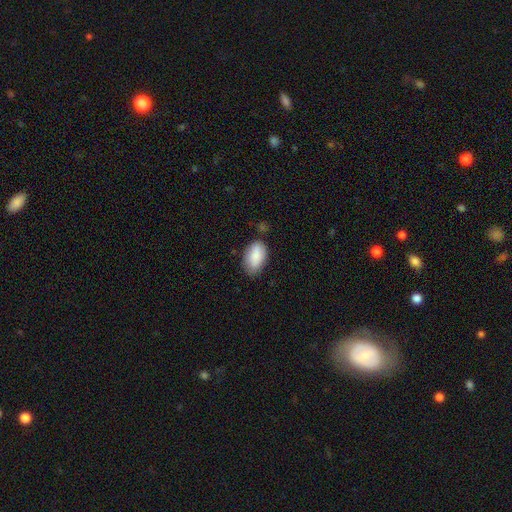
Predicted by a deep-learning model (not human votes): Smooth or featured?
  - smooth: 87% *
  - featured or disk: 7%
  - star or artifact: 6%
How rounded?
  - in between: 94% *
  - round: 4%
  - cigar-shaped: 2%
Merging?
  - none: 69% *
  - minor disturbance: 24%
  - major disturbance: 4%
  - merger: 3%